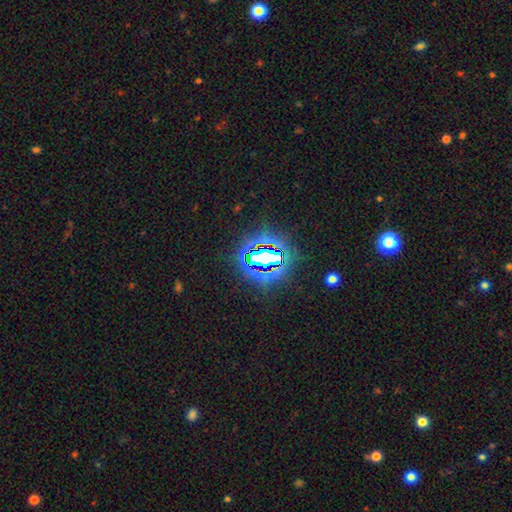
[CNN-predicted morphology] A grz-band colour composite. It shows a star or artifact, not a galaxy (77%).